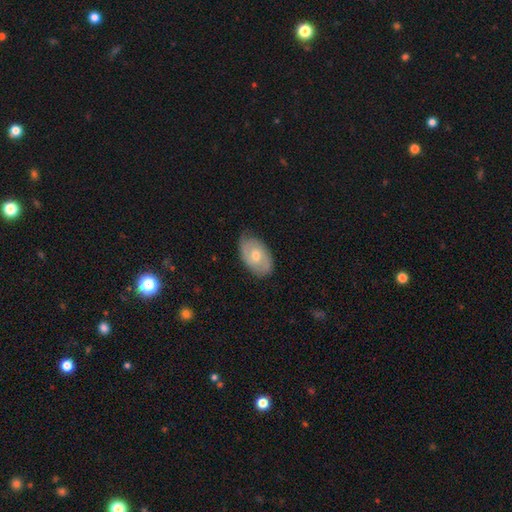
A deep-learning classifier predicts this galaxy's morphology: A featured or disk galaxy (55%) with no bar (72%), spiral arms (72%) and a moderate central bulge (67%). Merging: none (72%).